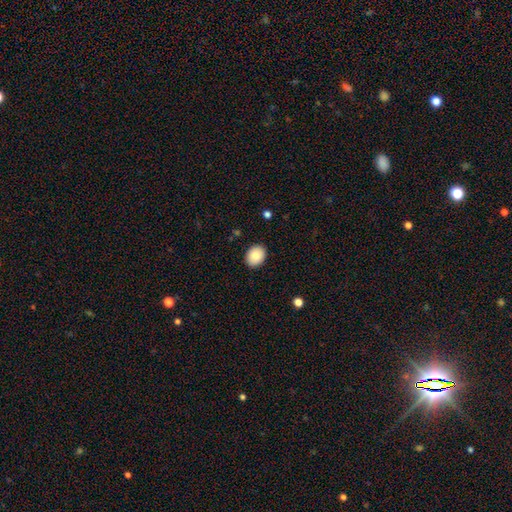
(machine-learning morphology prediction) smooth 83%, featured or disk 9%, star or artifact 8%. Down the decision tree: how rounded — round (50%); merging — none (90%).